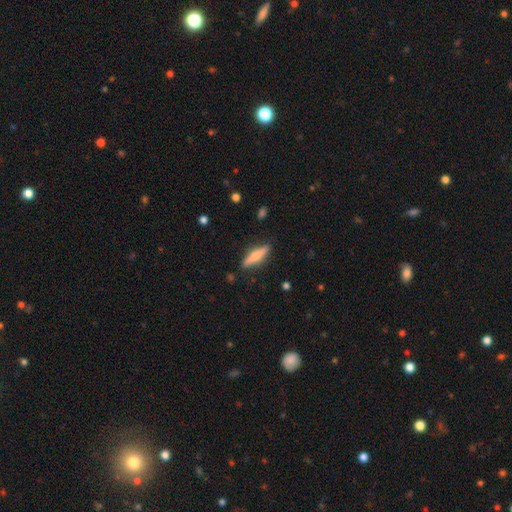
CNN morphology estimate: Overall: smooth (55%; featured or disk 39%). How rounded: cigar-shaped (78%). Merging: none (86%).